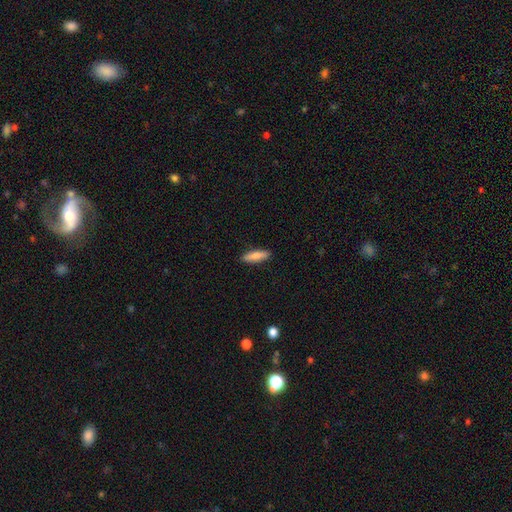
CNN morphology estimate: Smooth or featured?
  - smooth: 83% *
  - featured or disk: 12%
  - star or artifact: 6%
How rounded?
  - cigar-shaped: 59% *
  - in between: 40%
  - round: 2%
Merging?
  - none: 90% *
  - minor disturbance: 7%
  - major disturbance: 2%
  - merger: 1%